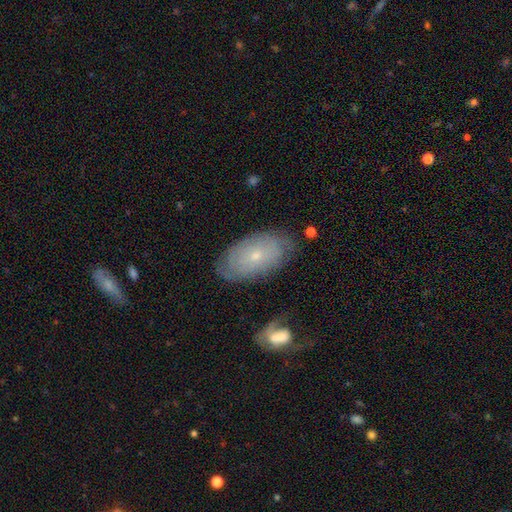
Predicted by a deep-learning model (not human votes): The model was most divided on "smooth or featured": featured or disk: 48%, smooth: 43%, star or artifact: 9%. More confident: merging — none (78%).